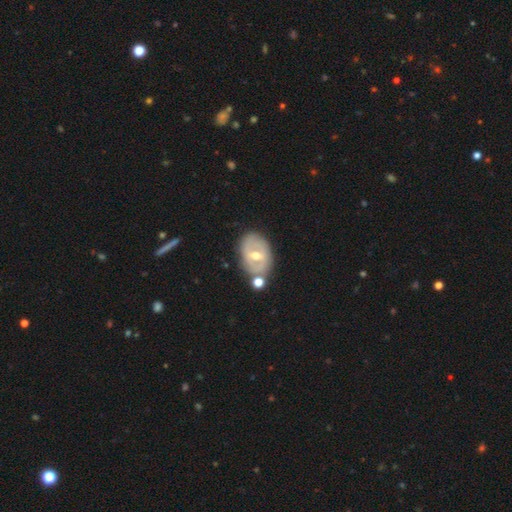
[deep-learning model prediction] Overall: featured or disk (64%; smooth 29%). Edge-on disk: no (93%). Bar: weak (49%; strong 29%). Spiral arms: no (52%; yes 48%). Bulge size: moderate (68%). Merging: none (69%).